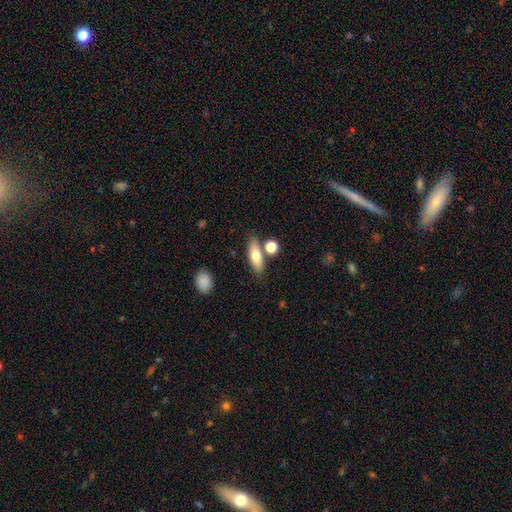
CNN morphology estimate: type=smooth (71%); roundness=in between (61%); merging=none (72%).